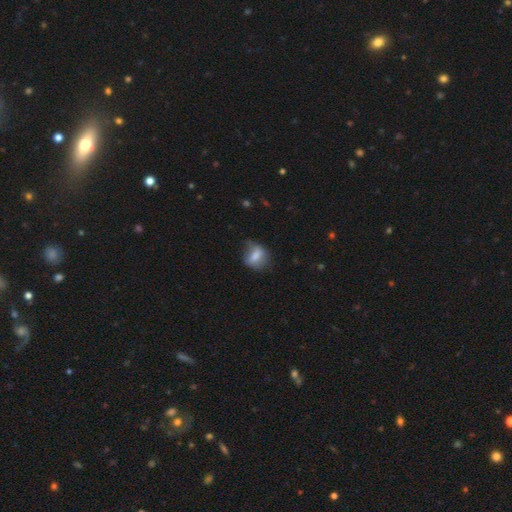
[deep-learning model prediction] A smooth galaxy with no disk features (67%) that is in between round and cigar-shaped (56%). Merging: none (55%).